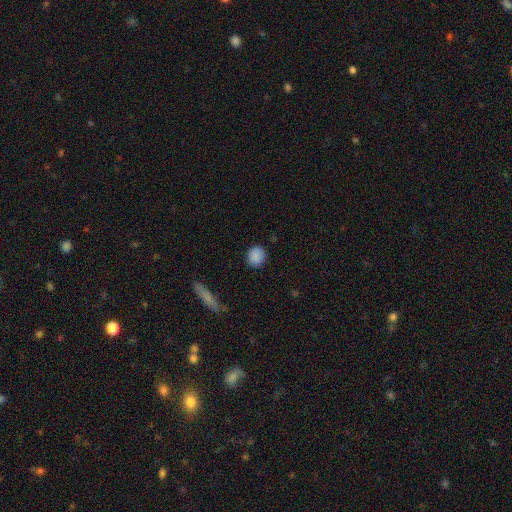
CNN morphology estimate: Q: Smooth or featured?
A: smooth (87%); runner-up: star or artifact (8%)
Q: How rounded?
A: round (77%); runner-up: in between (21%)
Q: Merging?
A: none (85%); runner-up: minor disturbance (11%)